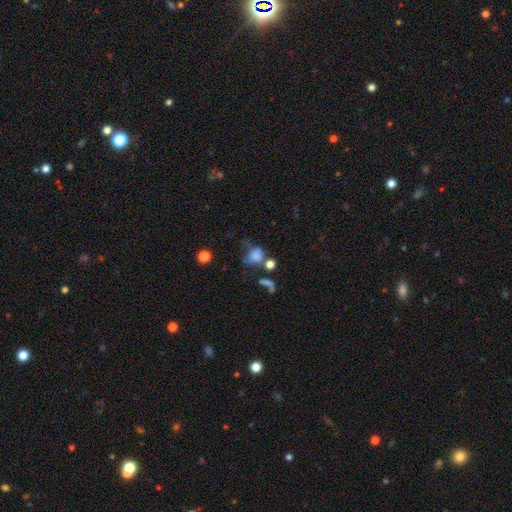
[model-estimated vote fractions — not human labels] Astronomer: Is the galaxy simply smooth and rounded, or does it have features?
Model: smooth — 68%.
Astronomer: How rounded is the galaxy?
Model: round — 51% (runner-up: in between, 47%).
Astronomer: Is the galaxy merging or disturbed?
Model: major disturbance — 31% (runner-up: merger, 25%).